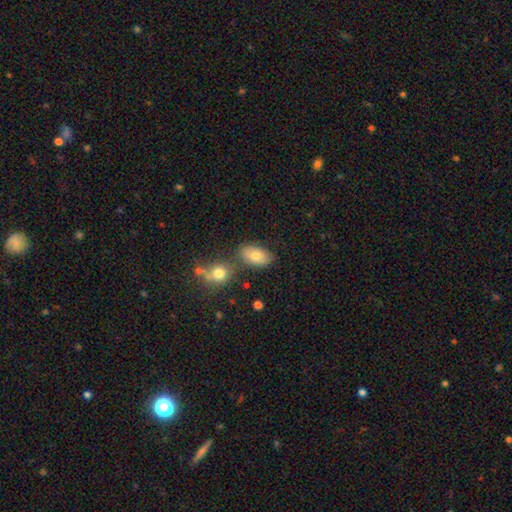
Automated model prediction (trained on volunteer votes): Overall: smooth (77%). How rounded: in between (90%). Merging: none (68%).